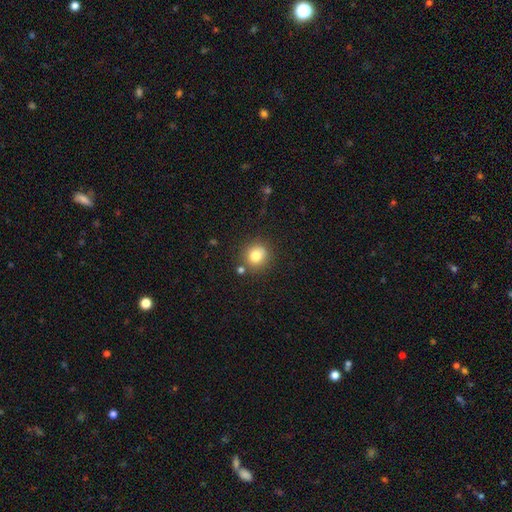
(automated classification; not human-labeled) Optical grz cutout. It shows a smooth galaxy with no disk features (80%) that is round (85%). Merging: none (78%).